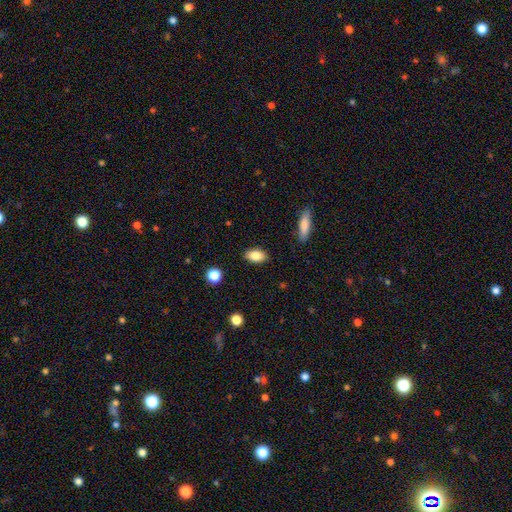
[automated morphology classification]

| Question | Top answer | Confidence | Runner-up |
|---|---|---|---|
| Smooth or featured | smooth | 83% | featured or disk (9%) |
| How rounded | in between | 88% | round (7%) |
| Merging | none | 87% | minor disturbance (9%) |